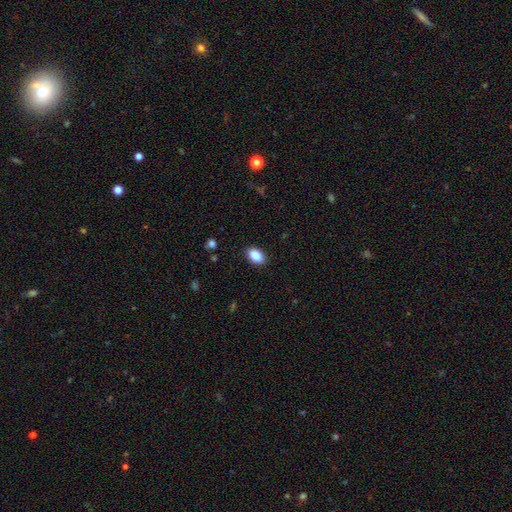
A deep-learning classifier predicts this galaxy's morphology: smooth-or-featured: smooth: 88% | star or artifact: 8% | featured or disk: 4%
  how-rounded: in between: 89% | round: 9% | cigar-shaped: 1%
  merging: none: 88% | minor disturbance: 9% | major disturbance: 2% | merger: 1%